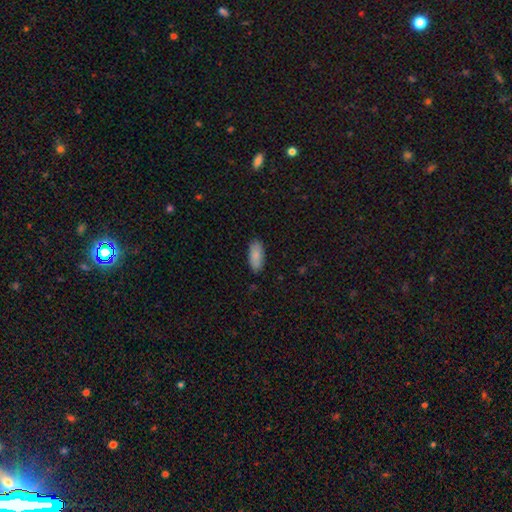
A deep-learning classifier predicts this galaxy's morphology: The model was most divided on "merging": none: 86%, minor disturbance: 11%, major disturbance: 2%, merger: 1%. More confident: how rounded — in between (88%); smooth or featured — smooth (87%).